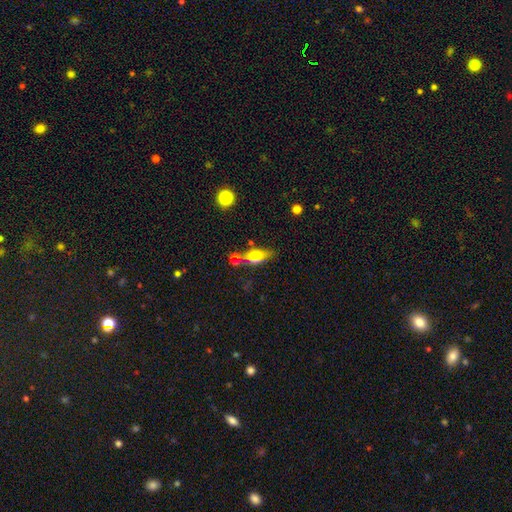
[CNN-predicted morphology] Smooth or featured?
  - smooth: 56% *
  - featured or disk: 25%
  - star or artifact: 19%
How rounded?
  - in between: 72% *
  - cigar-shaped: 20%
  - round: 8%
Merging?
  - none: 57% *
  - minor disturbance: 19%
  - merger: 15%
  - major disturbance: 9%